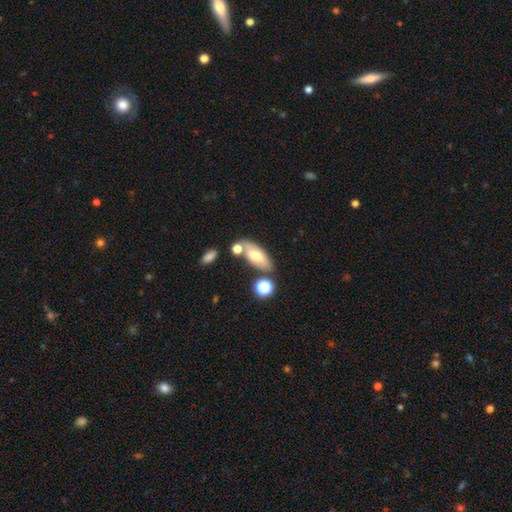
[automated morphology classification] A smooth galaxy with no disk features (63%) that is in between round and cigar-shaped (81%).

Vote fractions:
- Smooth or featured? smooth: 63% / featured or disk: 28% / star or artifact: 9%
- How rounded? in between: 81% / cigar-shaped: 15% / round: 4%
- Merging? none: 61% / merger: 18% / minor disturbance: 16% / major disturbance: 5%